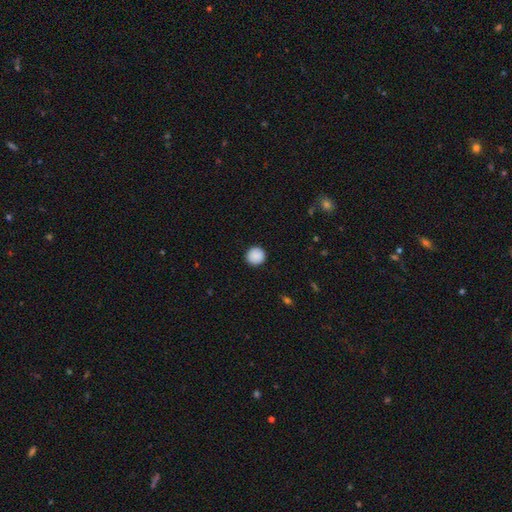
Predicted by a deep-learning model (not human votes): smooth_or_featured: smooth (p=0.90) [alt: star or artifact p=0.08]
how_rounded: round (p=0.95) [alt: in between p=0.04]
merging: none (p=0.92) [alt: minor disturbance p=0.05]